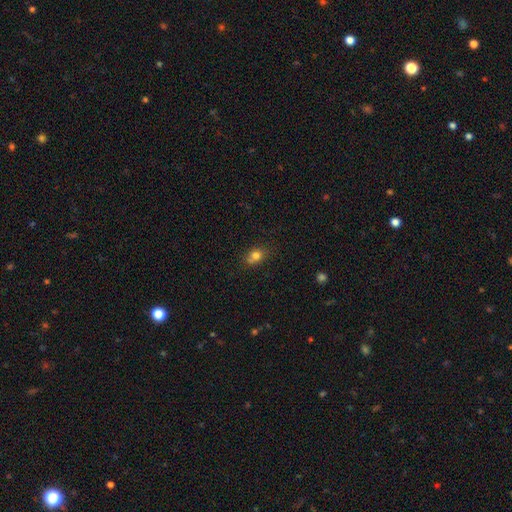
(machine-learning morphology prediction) Smooth or featured? smooth (77%)
How rounded? in between (49%, tied with round)
Merging? none (57%)